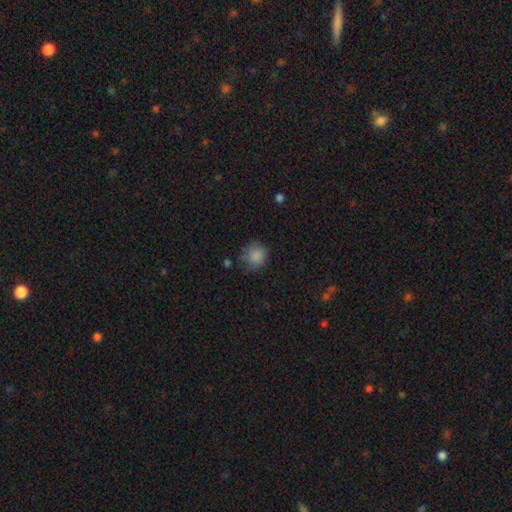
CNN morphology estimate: A smooth galaxy with no disk features (85%) that is round (86%).

Vote fractions:
- Smooth or featured? smooth: 85% / star or artifact: 10% / featured or disk: 5%
- How rounded? round: 86% / in between: 13% / cigar-shaped: 1%
- Merging? none: 75% / minor disturbance: 18% / major disturbance: 5% / merger: 2%